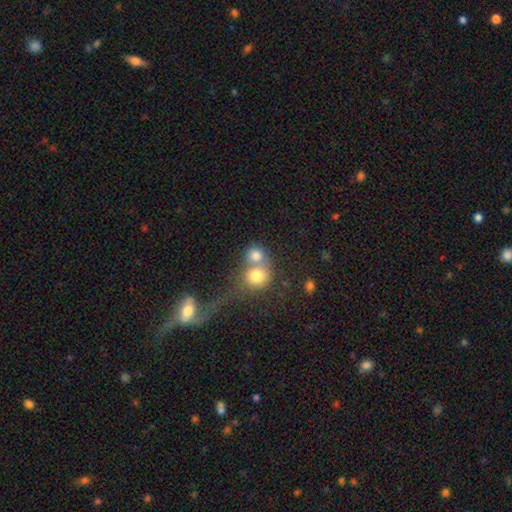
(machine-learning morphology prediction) The model was most divided on "merging": merger: 57%, none: 32%, minor disturbance: 6%, major disturbance: 5%. More confident: how rounded — round (79%); smooth or featured — smooth (76%).